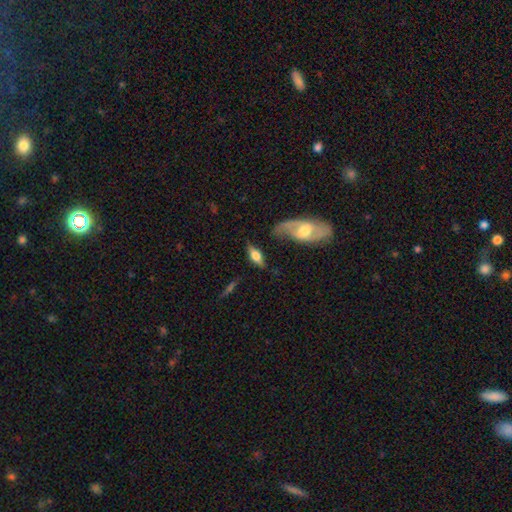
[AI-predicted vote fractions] This appears to be a smooth galaxy with no disk features (49%). Merging: none (66%).